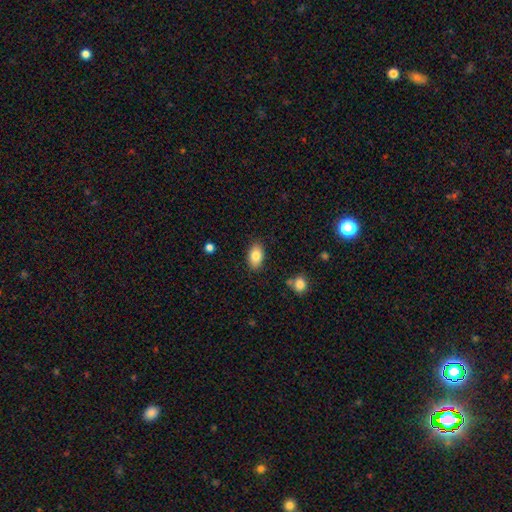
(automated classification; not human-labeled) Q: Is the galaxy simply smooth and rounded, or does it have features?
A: smooth — 83%.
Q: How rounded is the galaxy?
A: in between — 91%.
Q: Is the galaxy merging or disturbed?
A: none — 86%.